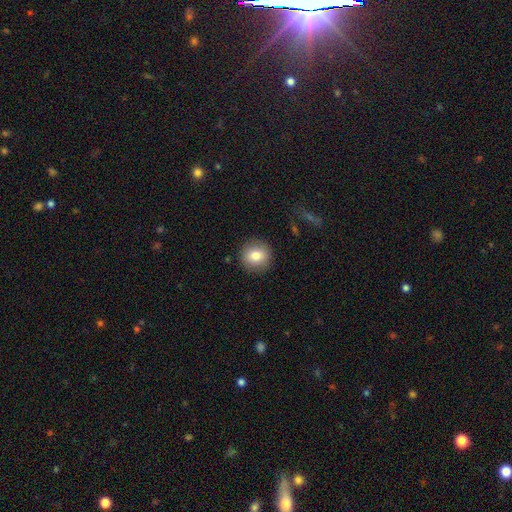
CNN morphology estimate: Smooth or featured? smooth (80%)
How rounded? round (91%)
Merging? none (90%)